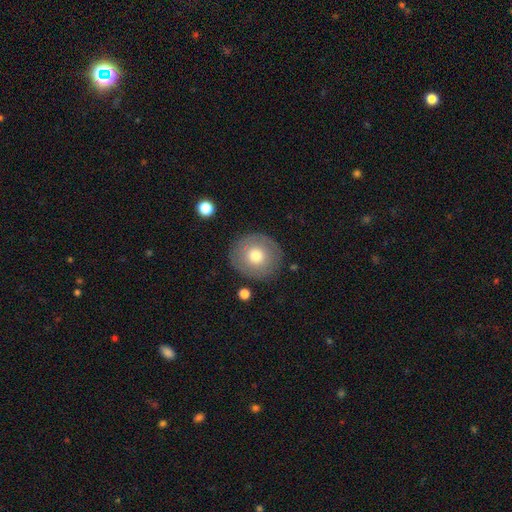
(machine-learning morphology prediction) smooth-or-featured: smooth: 64% | featured or disk: 28% | star or artifact: 8%
  how-rounded: round: 89% | in between: 10% | cigar-shaped: 1%
  merging: none: 85% | minor disturbance: 10% | major disturbance: 3% | merger: 2%